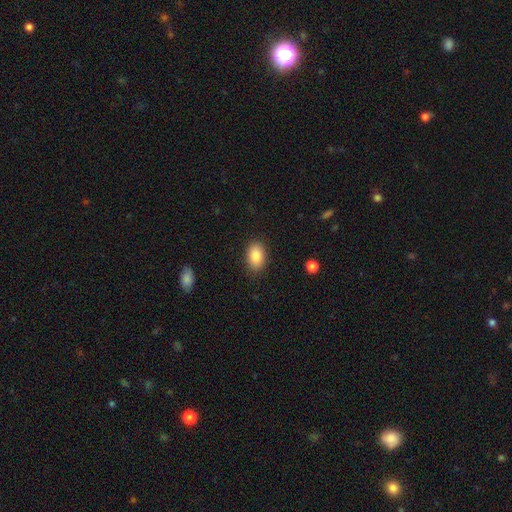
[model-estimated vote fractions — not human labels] A smooth galaxy with no disk features (88%) that is in between round and cigar-shaped (90%). Merging: none (87%).